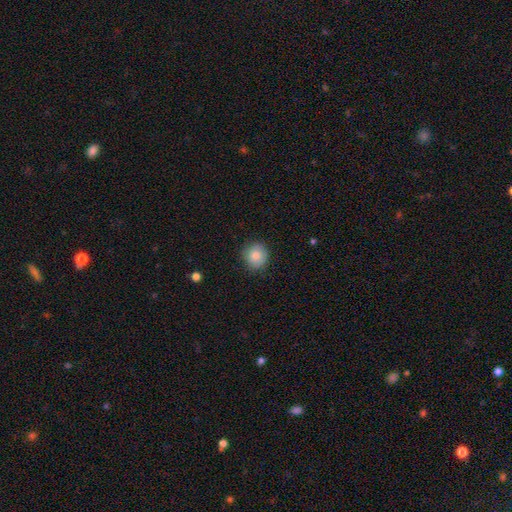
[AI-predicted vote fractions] smooth-or-featured: smooth: 82% | star or artifact: 9% | featured or disk: 9%
  how-rounded: round: 88% | in between: 11% | cigar-shaped: 1%
  merging: none: 87% | minor disturbance: 10% | major disturbance: 2% | merger: 1%